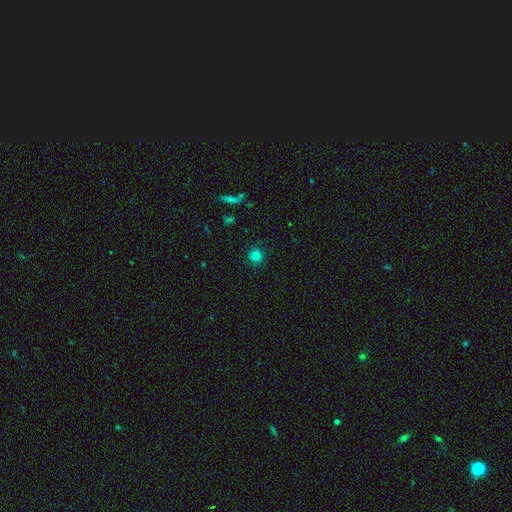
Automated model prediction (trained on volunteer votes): smooth 80%, star or artifact 14%, featured or disk 6%. Down the decision tree: how rounded — round (94%); merging — none (90%).